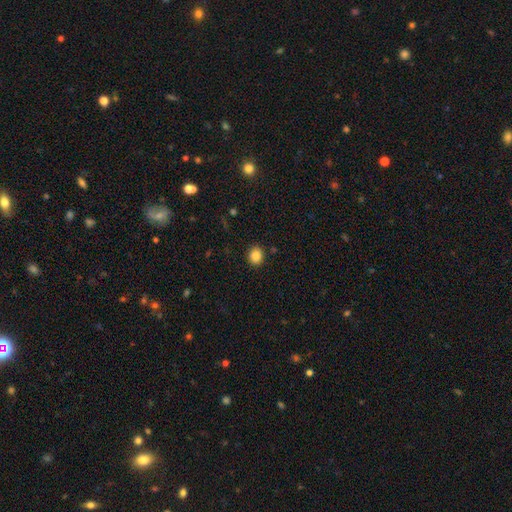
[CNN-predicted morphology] Smooth or featured?
  - smooth: 86% *
  - star or artifact: 10%
  - featured or disk: 4%
How rounded?
  - round: 68% *
  - in between: 31%
  - cigar-shaped: 1%
Merging?
  - none: 89% *
  - minor disturbance: 7%
  - major disturbance: 2%
  - merger: 1%